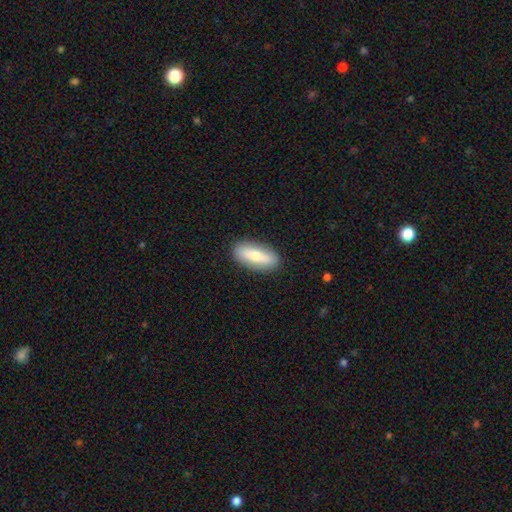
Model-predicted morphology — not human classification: Smooth or featured: smooth — 69% (featured or disk — 25%)
How rounded: in between — 73% (cigar-shaped — 25%)
Merging: none — 88% (minor disturbance — 9%)